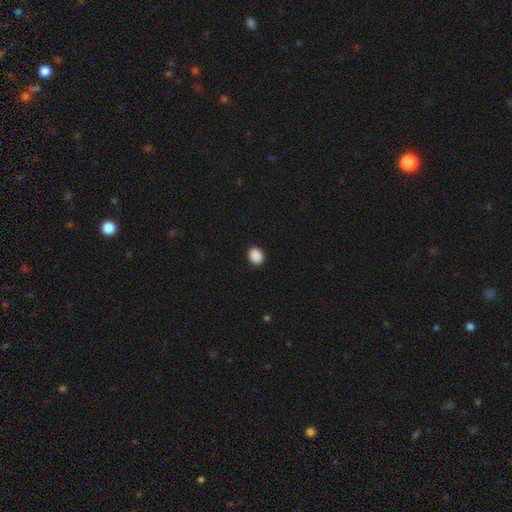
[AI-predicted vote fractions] smooth_or_featured: smooth (p=0.90) [alt: star or artifact p=0.08]
how_rounded: round (p=0.50) [alt: in between p=0.49]
merging: none (p=0.91) [alt: minor disturbance p=0.06]